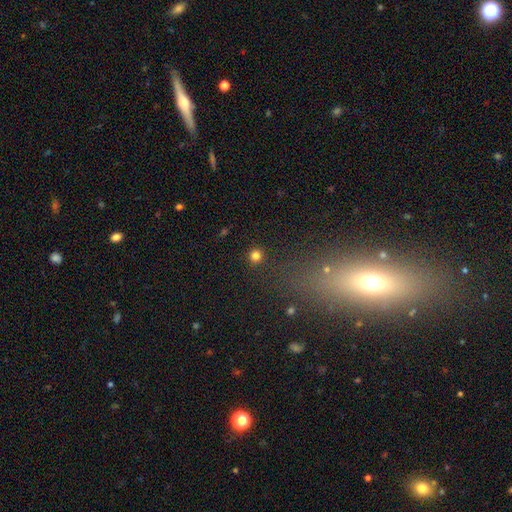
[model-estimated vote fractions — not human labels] This is clearly a smooth galaxy (80%). How rounded: clearly round (95%). Merging: clearly none (91%).